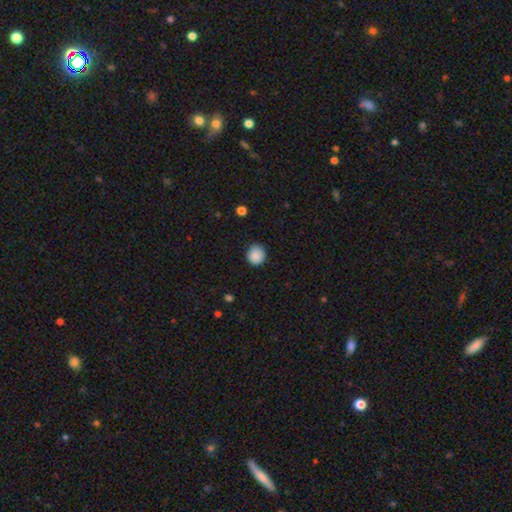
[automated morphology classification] Smooth or featured? Predicted: smooth (p=0.88). How rounded? Predicted: round (p=0.88). Merging? Predicted: none (p=0.82).